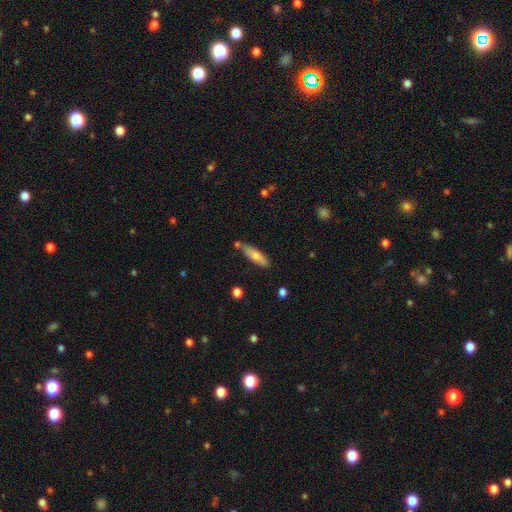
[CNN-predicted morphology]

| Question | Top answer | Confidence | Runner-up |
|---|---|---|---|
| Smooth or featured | smooth | 71% | featured or disk (23%) |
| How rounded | cigar-shaped | 67% | in between (31%) |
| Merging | none | 71% | minor disturbance (17%) |